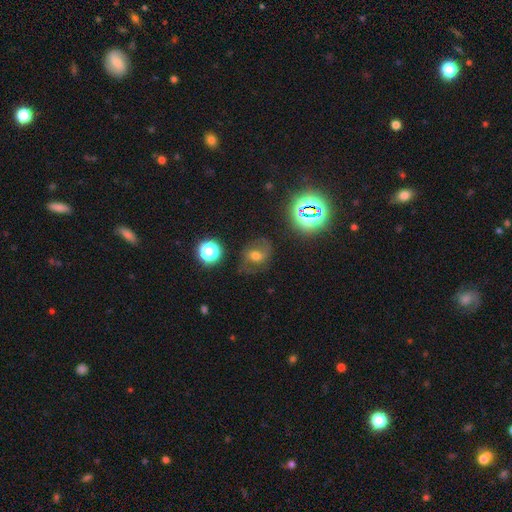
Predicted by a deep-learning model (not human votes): Smooth or featured: featured or disk — 47% (smooth — 31%)
Merging: none — 68% (minor disturbance — 18%)